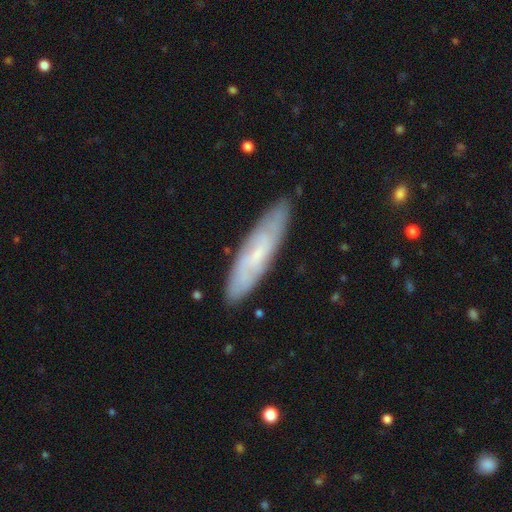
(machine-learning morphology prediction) type=featured or disk (52%); edge-on=no (61%); merging=none (85%).